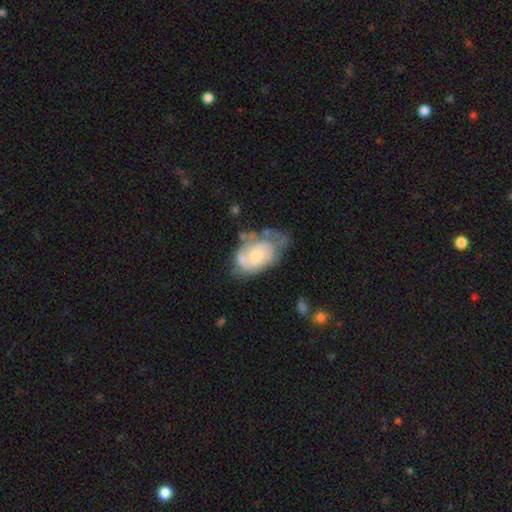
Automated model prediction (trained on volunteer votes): A featured or disk galaxy (60%) with no bar (75%), spiral arms (52%) and a moderate central bulge (56%). Merging: none (34%, tied with minor disturbance).